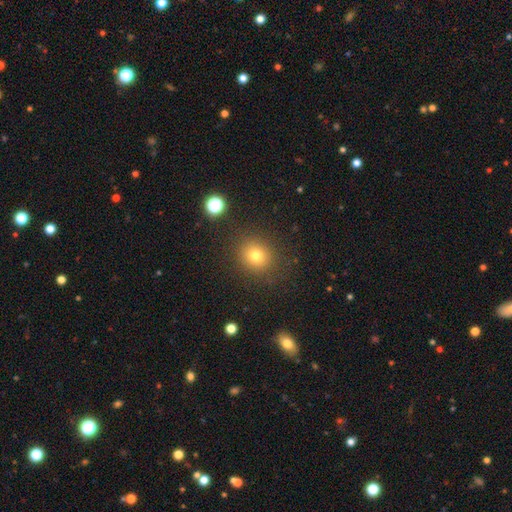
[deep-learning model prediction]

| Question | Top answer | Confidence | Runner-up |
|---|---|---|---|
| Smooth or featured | smooth | 76% | star or artifact (16%) |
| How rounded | round | 85% | in between (14%) |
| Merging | none | 87% | minor disturbance (8%) |